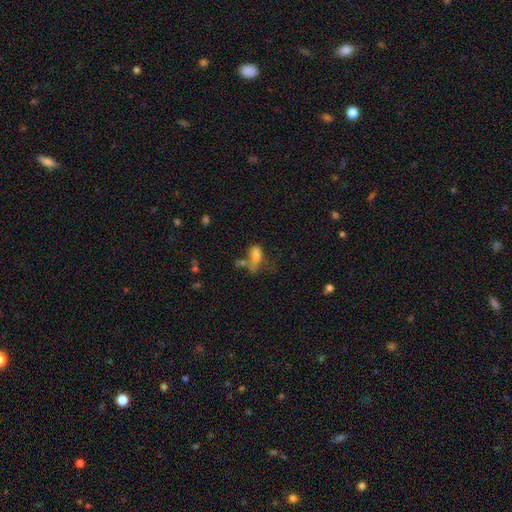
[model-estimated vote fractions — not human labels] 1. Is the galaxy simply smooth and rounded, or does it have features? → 70% smooth, 17% featured or disk, 14% star or artifact.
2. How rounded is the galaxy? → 81% in between, 12% cigar-shaped, 7% round.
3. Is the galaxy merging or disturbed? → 32% major disturbance, 26% merger, 24% none, 19% minor disturbance.